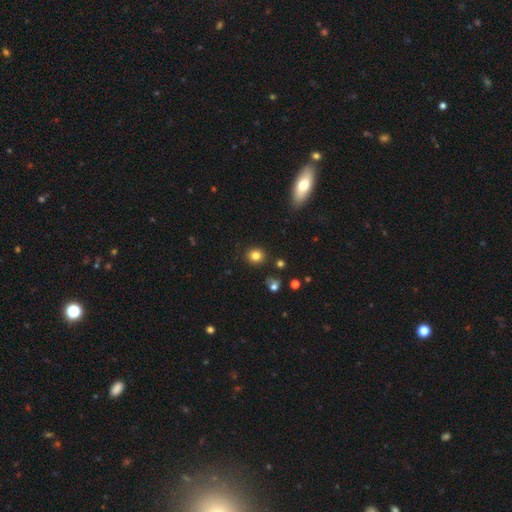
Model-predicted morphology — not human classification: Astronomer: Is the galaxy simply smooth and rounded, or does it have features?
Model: smooth — 82%.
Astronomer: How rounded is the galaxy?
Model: round — 79%.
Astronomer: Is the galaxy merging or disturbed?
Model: none — 87%.